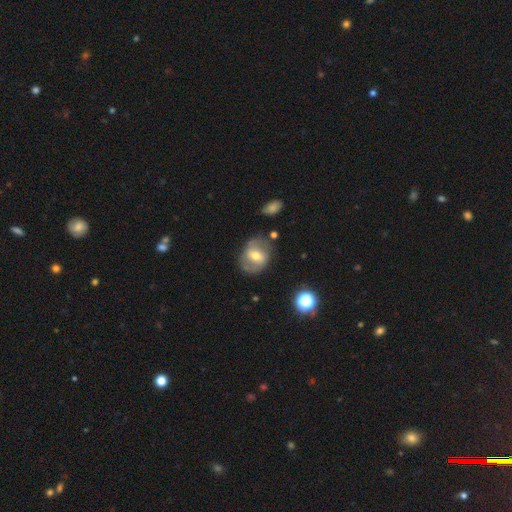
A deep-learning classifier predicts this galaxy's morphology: A featured or disk galaxy (59%) with a weak bar (45%), spiral arms (61%) and a moderate central bulge (68%).

Vote fractions:
- Smooth or featured? featured or disk: 59% / smooth: 33% / star or artifact: 8%
- Edge-on disk? no: 95% / yes: 5%
- Bar? weak: 45% / strong: 34% / no: 21%
- Spiral arms? yes: 61% / no: 39%
- Bulge size? moderate: 68% / small: 23% / large: 7% / none: 1% / dominant: 1%
- Merging? none: 71% / minor disturbance: 18% / major disturbance: 8% / merger: 3%